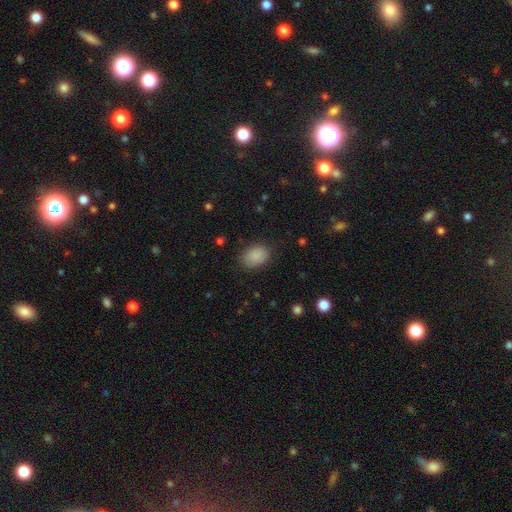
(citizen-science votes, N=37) This is clearly a smooth galaxy (89%). How rounded: clearly in between (85%). Merging: clearly none (83%).